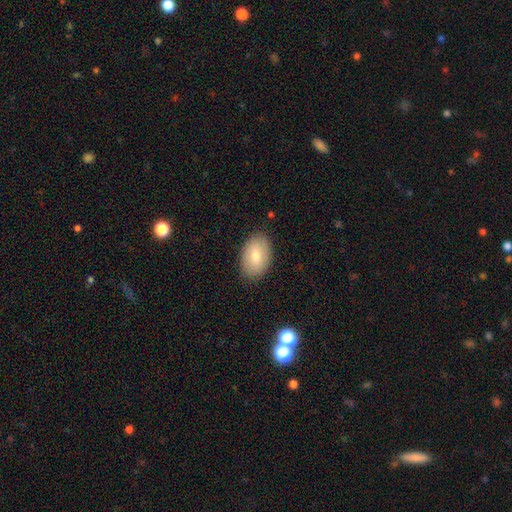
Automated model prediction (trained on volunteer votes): A smooth galaxy with no disk features (76%) that is in between round and cigar-shaped (91%). Merging: none (86%).